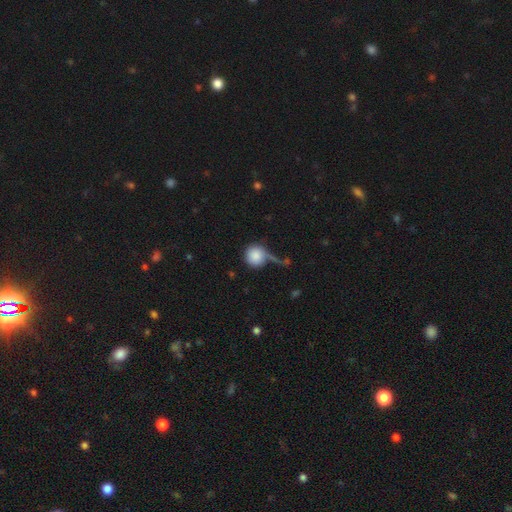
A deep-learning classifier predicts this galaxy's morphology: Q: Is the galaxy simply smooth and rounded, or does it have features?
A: smooth — 84%.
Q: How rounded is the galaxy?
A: round — 92%.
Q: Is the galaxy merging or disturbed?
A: none — 46%.